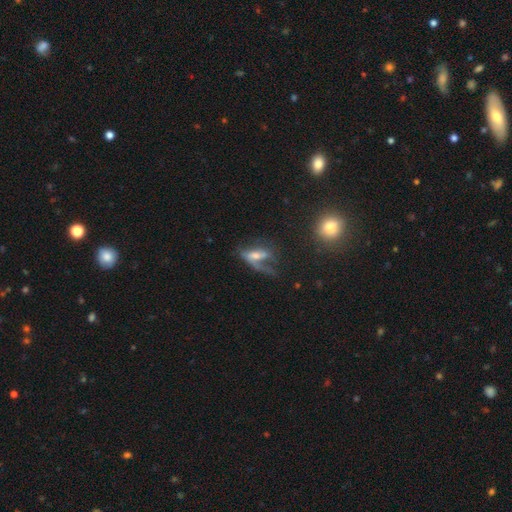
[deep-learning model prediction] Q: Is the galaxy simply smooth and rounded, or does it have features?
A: featured or disk — 50%.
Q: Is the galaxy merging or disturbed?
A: major disturbance — 47%.